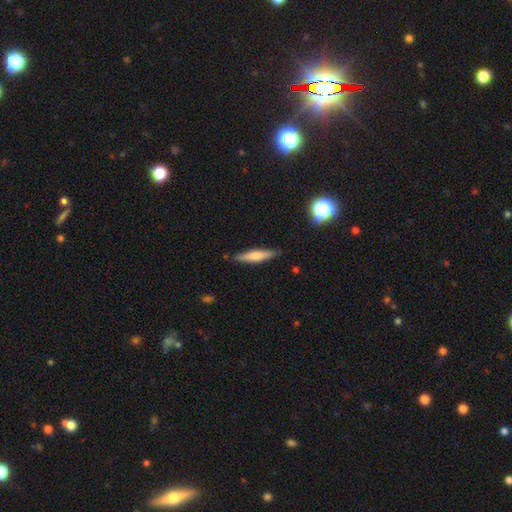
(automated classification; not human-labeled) A smooth galaxy with no disk features (58%) that is cigar-shaped (84%). Merging: none (87%).